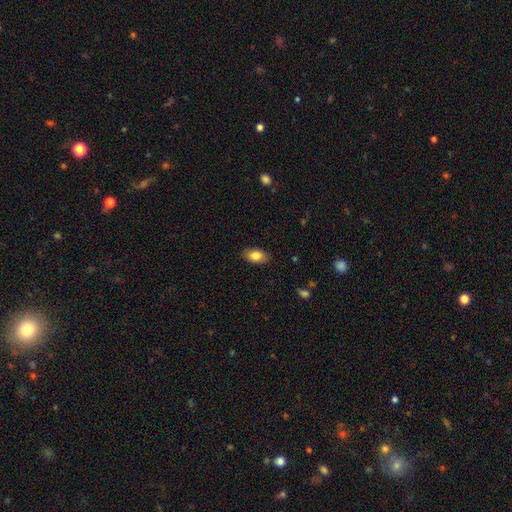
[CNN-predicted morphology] This appears to be a smooth galaxy with no disk features (84%) that is in between round and cigar-shaped (92%). Merging: none (87%).